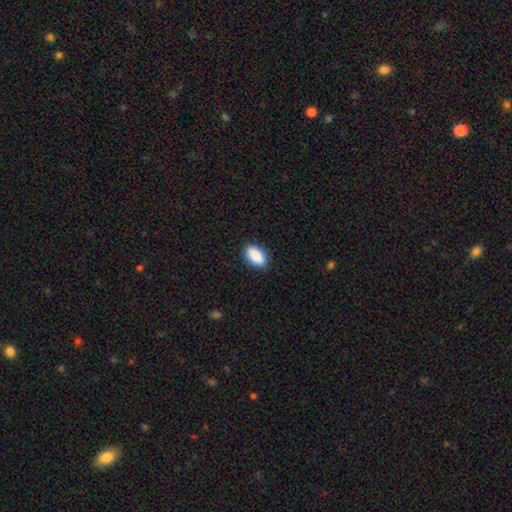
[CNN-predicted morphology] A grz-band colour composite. It shows a smooth galaxy with no disk features (90%) that is in between round and cigar-shaped (93%). Merging: none (89%).